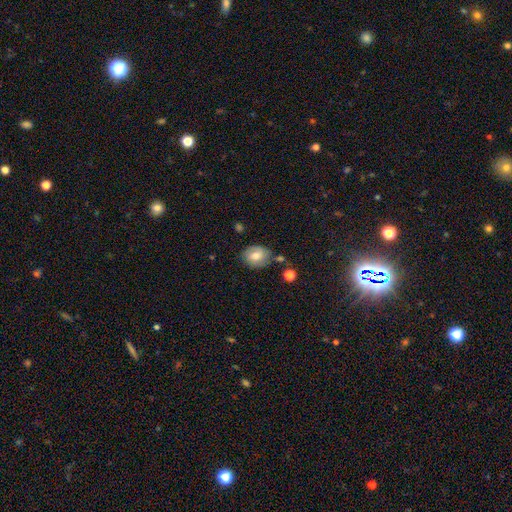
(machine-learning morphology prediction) Smooth or featured: smooth — 66% (featured or disk — 25%)
How rounded: round — 53% (in between — 46%)
Merging: none — 71% (minor disturbance — 19%)